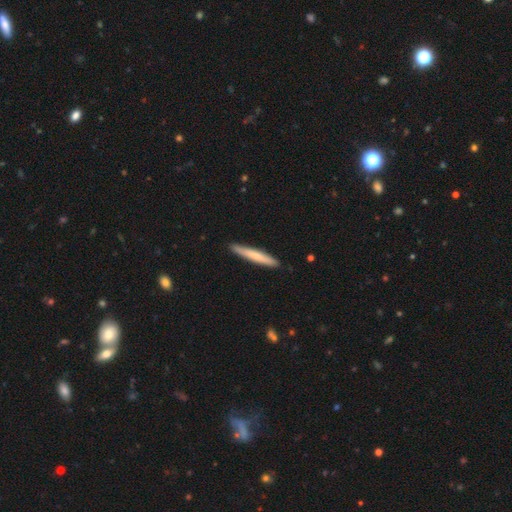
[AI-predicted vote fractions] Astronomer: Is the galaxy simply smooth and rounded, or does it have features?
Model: smooth — 68%.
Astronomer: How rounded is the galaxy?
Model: cigar-shaped — 96%.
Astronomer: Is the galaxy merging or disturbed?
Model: none — 90%.